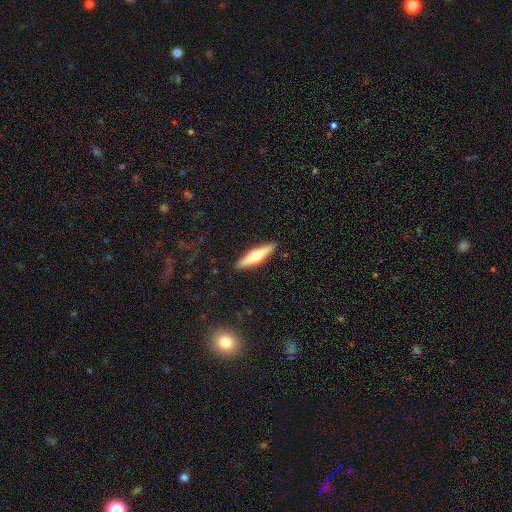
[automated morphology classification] Smooth or featured? Predicted: featured or disk (p=0.50). Edge-on disk? Predicted: yes (p=0.94). Merging? Predicted: none (p=0.90).